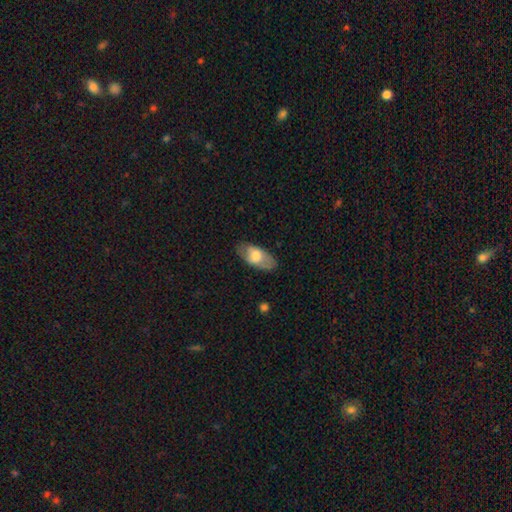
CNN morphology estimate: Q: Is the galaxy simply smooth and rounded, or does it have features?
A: smooth — 64%.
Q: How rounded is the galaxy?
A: in between — 90%.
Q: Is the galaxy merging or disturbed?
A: none — 79%.